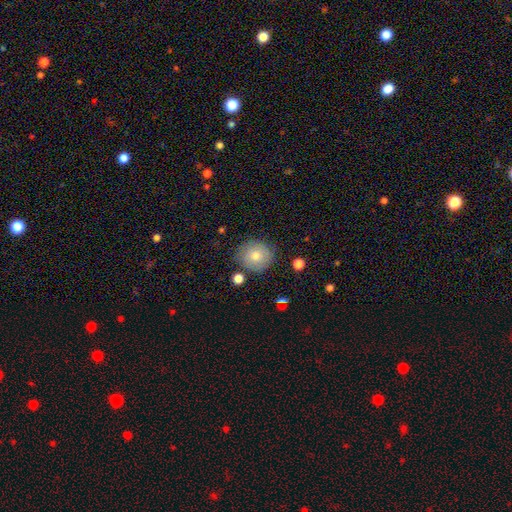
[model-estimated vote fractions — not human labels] The model was most divided on "smooth or featured": smooth: 72%, featured or disk: 17%, star or artifact: 11%. More confident: how rounded — round (90%); merging — none (84%).